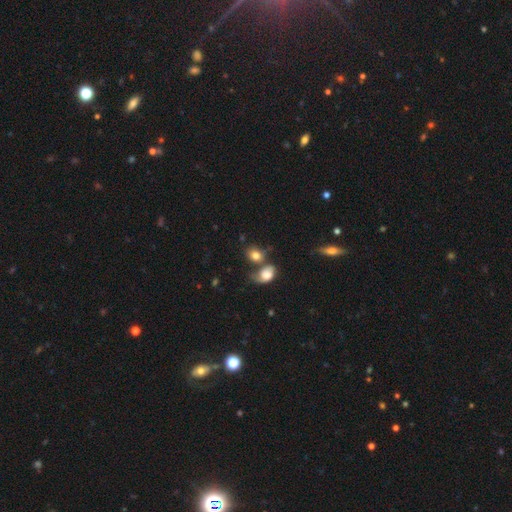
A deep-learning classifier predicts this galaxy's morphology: smooth 77%, featured or disk 13%, star or artifact 10%. Down the decision tree: how rounded — in between (55%); merging — merger (39%, tied with none).